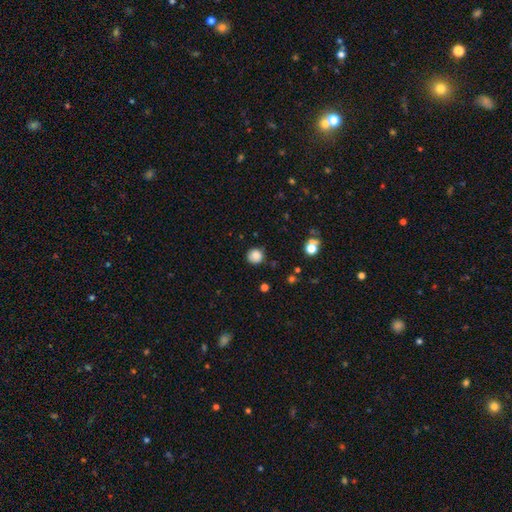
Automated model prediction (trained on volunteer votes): Overall: smooth (85%). How rounded: round (91%). Merging: none (83%).